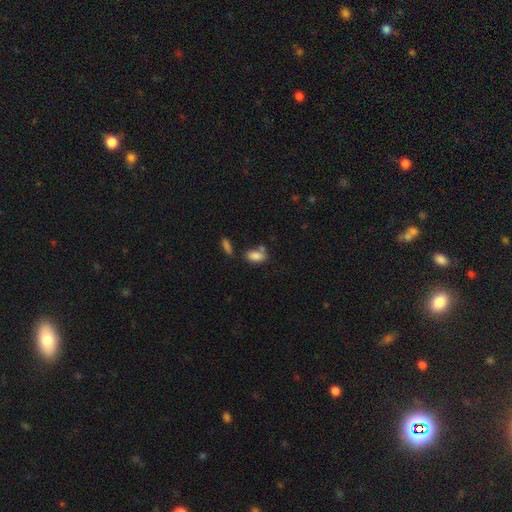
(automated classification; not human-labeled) smooth 84%, star or artifact 9%, featured or disk 7%. Down the decision tree: how rounded — in between (90%); merging — none (54%).